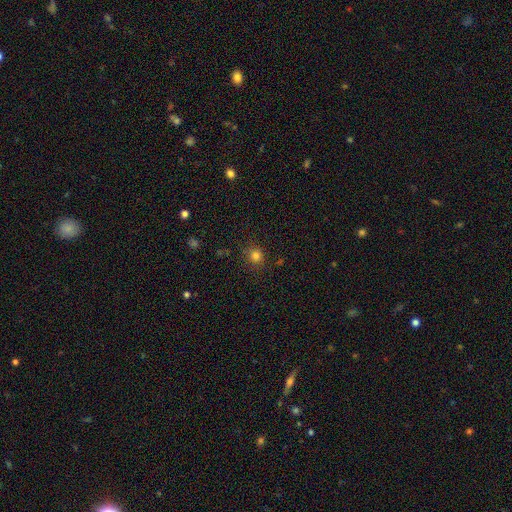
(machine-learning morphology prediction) smooth_or_featured: smooth (p=0.80) [alt: star or artifact p=0.15]
how_rounded: round (p=0.88) [alt: in between p=0.11]
merging: none (p=0.85) [alt: minor disturbance p=0.10]